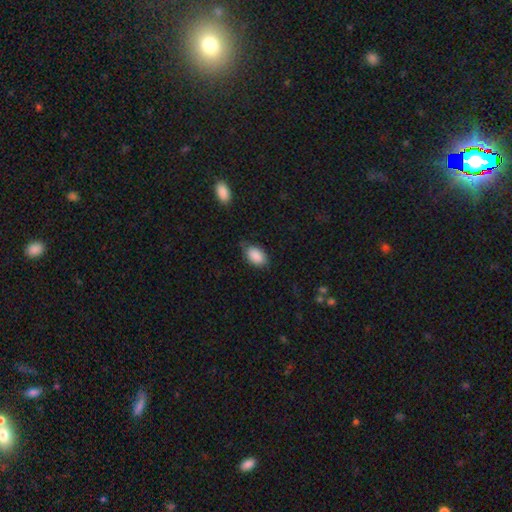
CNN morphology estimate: type=smooth (89%); roundness=in between (91%); merging=none (73%).